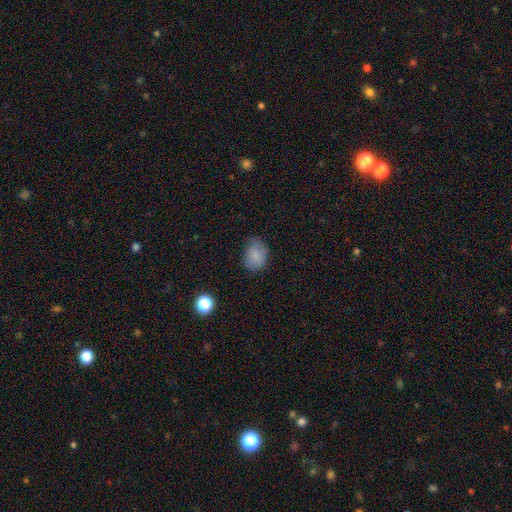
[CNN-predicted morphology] type=smooth (82%); roundness=in between (62%); merging=none (57%).